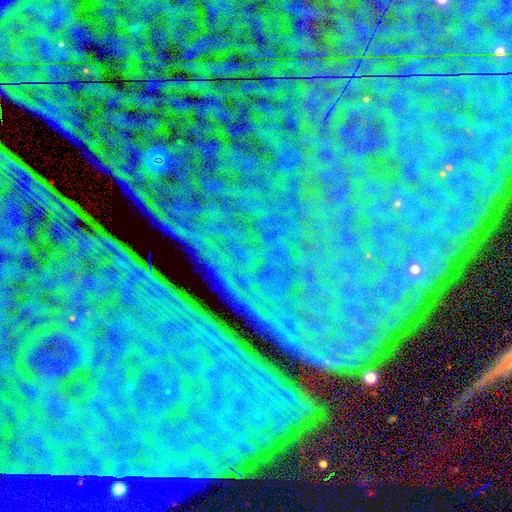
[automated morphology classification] The model was most divided on "smooth or featured": star or artifact: 85%, featured or disk: 8%, smooth: 7%.